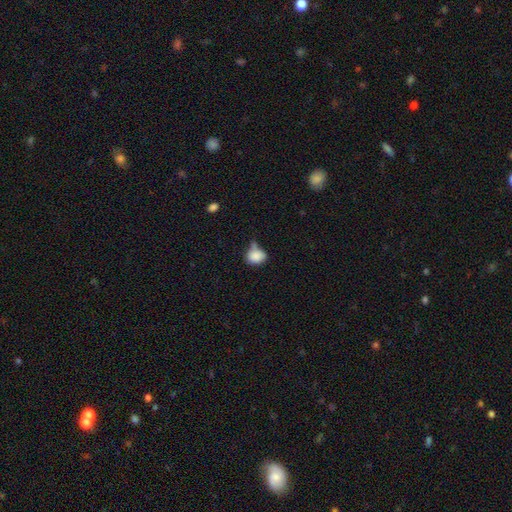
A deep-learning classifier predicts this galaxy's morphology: This is clearly a smooth galaxy (84%). How rounded: possibly round (51%). Merging: marginally none (38%).